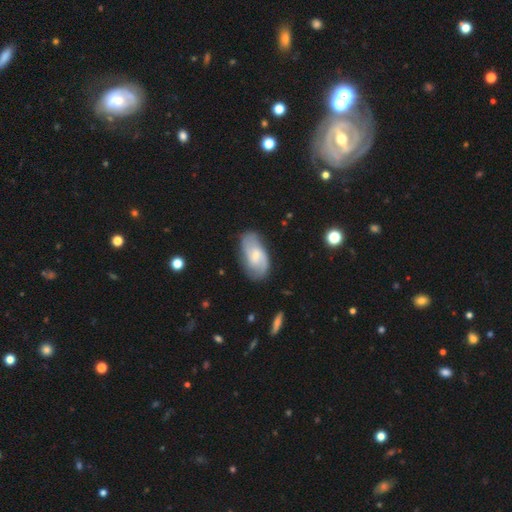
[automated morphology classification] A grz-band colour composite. It shows a featured or disk galaxy (56%) with a weak bar (55%), spiral arms (84%) and a small central bulge (52%). Merging: none (74%).